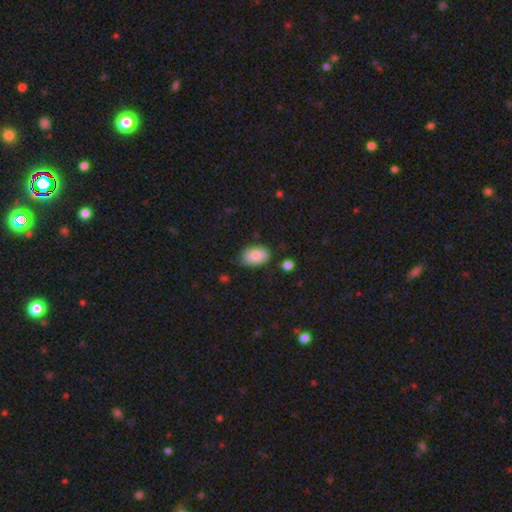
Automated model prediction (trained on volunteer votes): This is likely a smooth galaxy (73%). How rounded: clearly in between (88%). Merging: likely none (68%).